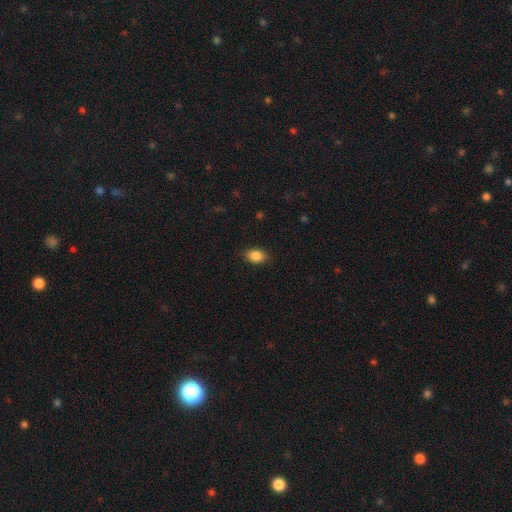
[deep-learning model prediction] This appears to be a smooth galaxy with no disk features (87%) that is in between round and cigar-shaped (80%). Merging: none (86%).